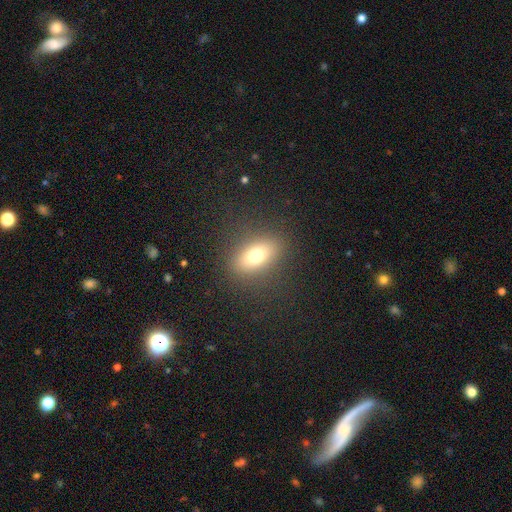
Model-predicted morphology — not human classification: smooth 72%, featured or disk 15%, star or artifact 12%. Down the decision tree: how rounded — in between (76%); merging — none (86%).